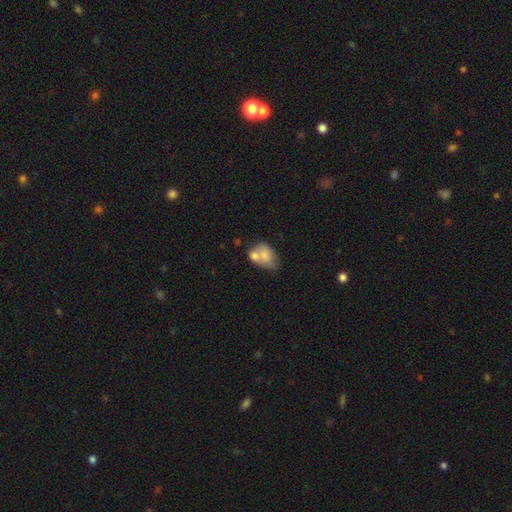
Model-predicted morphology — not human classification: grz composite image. It shows a smooth galaxy with no disk features (69%) that is in between round and cigar-shaped (81%). Merging: merger (52%).